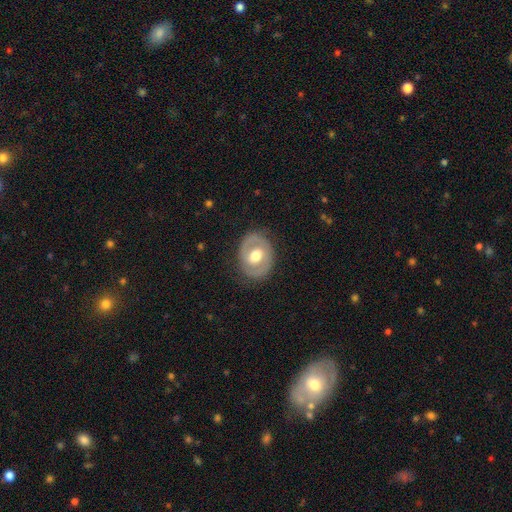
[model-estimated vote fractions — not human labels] smooth-or-featured: featured or disk: 61% | smooth: 34% | star or artifact: 5%
  disk-edge-on: no: 95% | yes: 5%
    bar: no: 51% | weak: 36% | strong: 14%
    has-spiral-arms: no: 56% | yes: 44%
    bulge-size: moderate: 65% | large: 26% | small: 6% | dominant: 2% | none: 1%
  merging: none: 79% | minor disturbance: 14% | major disturbance: 6% | merger: 1%